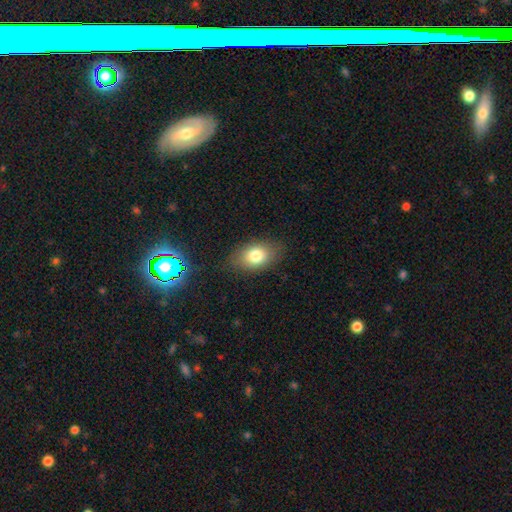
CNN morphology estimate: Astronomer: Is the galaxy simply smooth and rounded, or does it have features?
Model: smooth — 79%.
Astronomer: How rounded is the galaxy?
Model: in between — 83%.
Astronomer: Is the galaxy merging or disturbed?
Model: none — 81%.